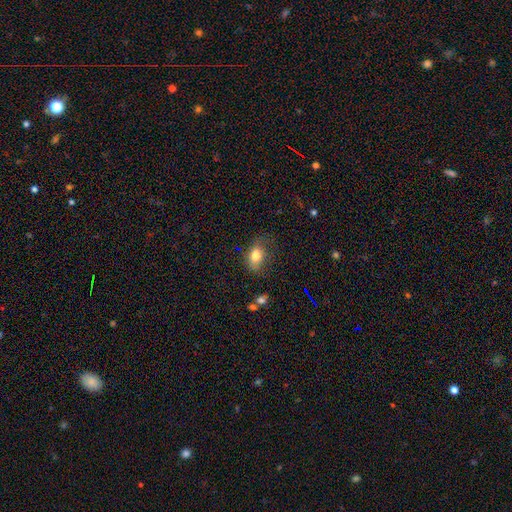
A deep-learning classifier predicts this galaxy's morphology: Smooth or featured?
  - smooth: 79% *
  - featured or disk: 11%
  - star or artifact: 10%
How rounded?
  - in between: 80% *
  - round: 18%
  - cigar-shaped: 2%
Merging?
  - none: 61% *
  - minor disturbance: 27%
  - major disturbance: 10%
  - merger: 2%